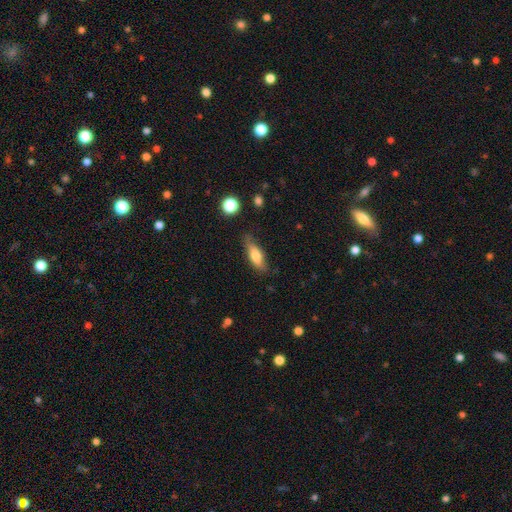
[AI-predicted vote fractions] smooth_or_featured: smooth (p=0.69) [alt: featured or disk p=0.24]
how_rounded: in between (p=0.57) [alt: cigar-shaped p=0.40]
merging: none (p=0.71) [alt: minor disturbance p=0.22]